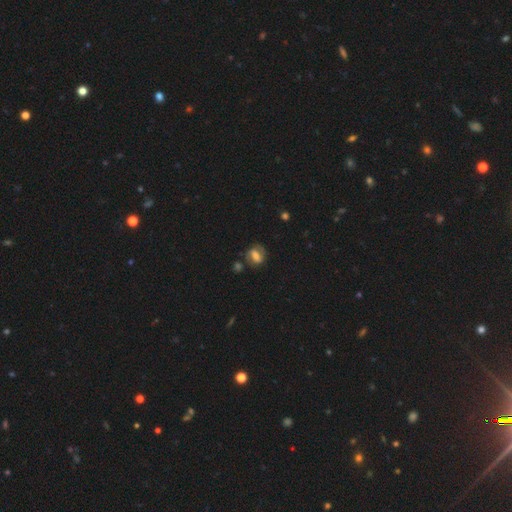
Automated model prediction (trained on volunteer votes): smooth_or_featured: smooth (p=0.51) [alt: featured or disk p=0.38]
how_rounded: in between (p=0.65) [alt: round p=0.29]
merging: none (p=0.60) [alt: minor disturbance p=0.22]